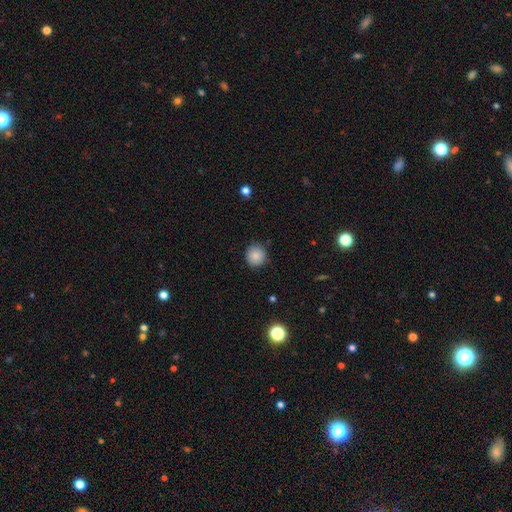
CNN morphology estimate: Smooth or featured: smooth — 85% (star or artifact — 9%)
How rounded: round — 92% (in between — 7%)
Merging: none — 87% (minor disturbance — 10%)